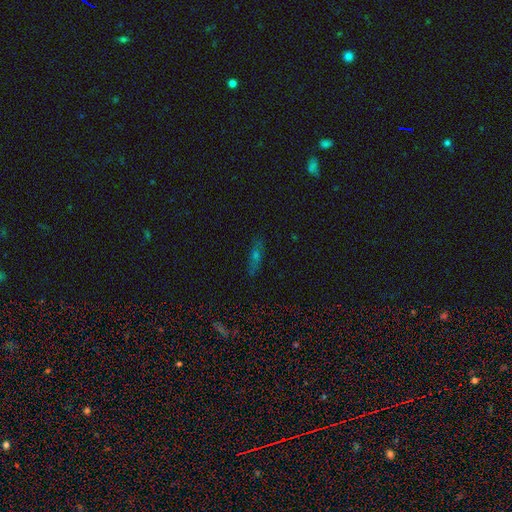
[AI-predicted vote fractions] A featured or disk galaxy (40%). Merging: none (84%).